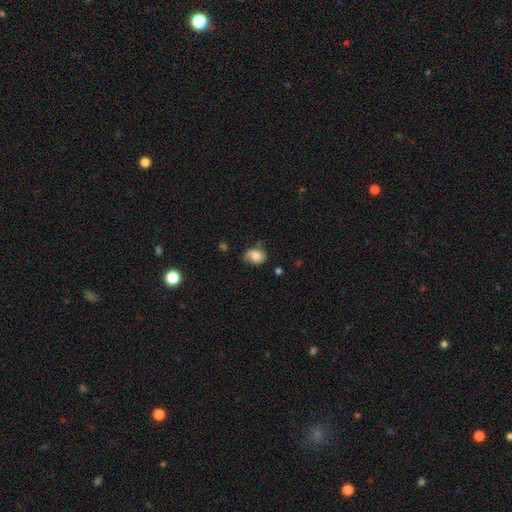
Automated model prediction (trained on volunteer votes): Smooth or featured?
  - smooth: 71% *
  - featured or disk: 20%
  - star or artifact: 9%
How rounded?
  - in between: 59% *
  - round: 40%
  - cigar-shaped: 1%
Merging?
  - none: 49% *
  - minor disturbance: 35%
  - major disturbance: 13%
  - merger: 3%